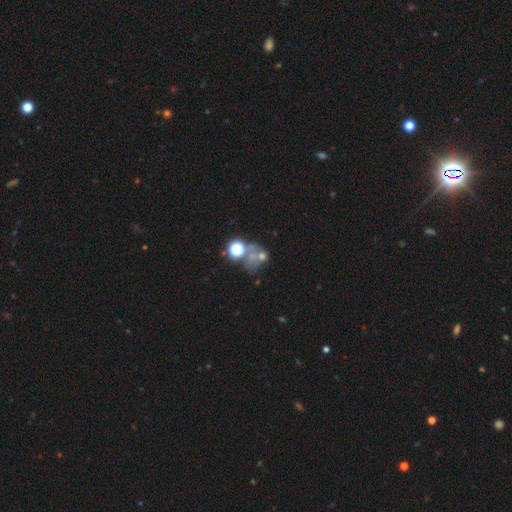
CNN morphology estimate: A smooth galaxy with no disk features (42%). Merging: merger (40%).